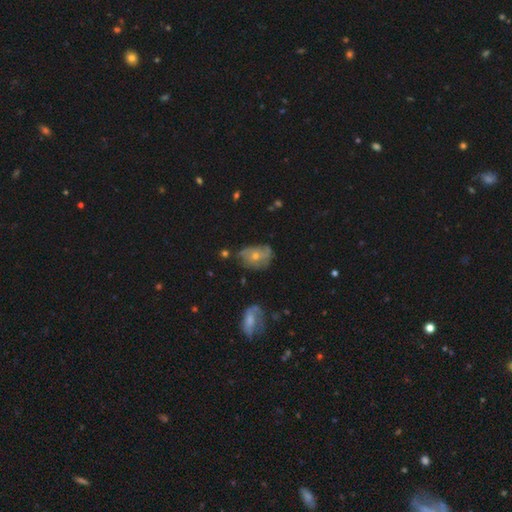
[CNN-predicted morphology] smooth_or_featured: featured or disk (p=0.50) [alt: smooth p=0.40]
merging: none (p=0.44) [alt: minor disturbance p=0.32]